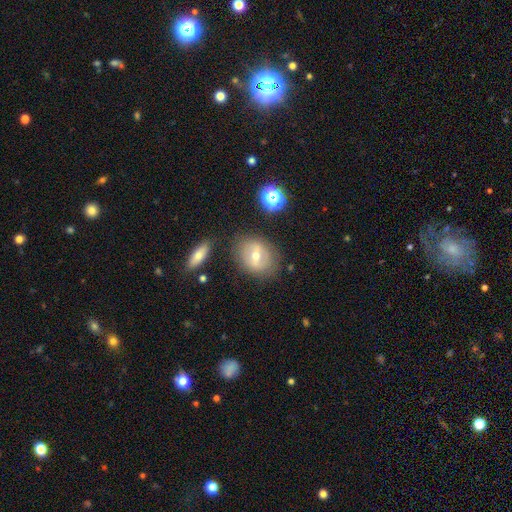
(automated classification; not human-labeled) smooth_or_featured: featured or disk (p=0.48) [alt: smooth p=0.43]
merging: none (p=0.76) [alt: minor disturbance p=0.15]